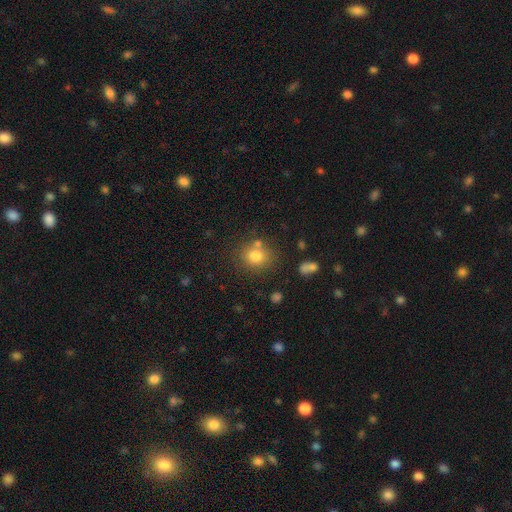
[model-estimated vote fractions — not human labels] Smooth or featured? Predicted: smooth (p=0.78). How rounded? Predicted: round (p=0.77). Merging? Predicted: none (p=0.73).